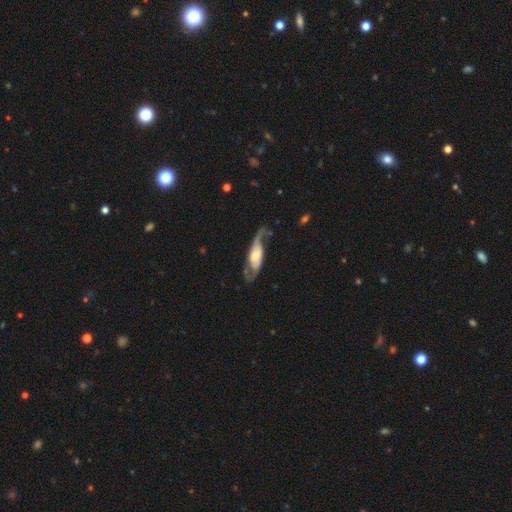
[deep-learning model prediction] Overall: featured or disk (78%). Edge-on disk: no (84%). Bar: no (52%; weak 34%). Spiral arms: yes (91%). Spiral arm count: 2 (83%). Spiral winding: loose (51%; medium 37%). Bulge size: moderate (39%; large 29%). Merging: none (56%; minor disturbance 22%).